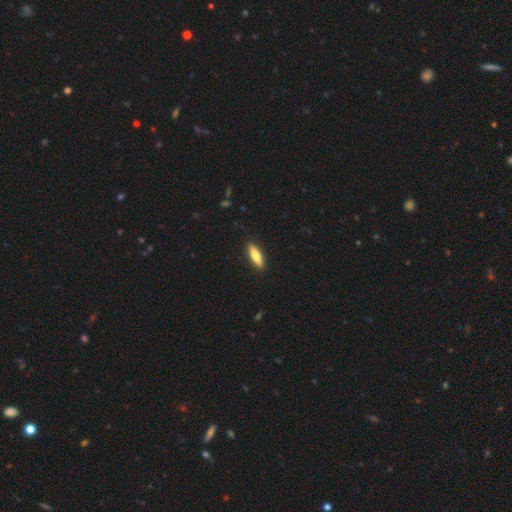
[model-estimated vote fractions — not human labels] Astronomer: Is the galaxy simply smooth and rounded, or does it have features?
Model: smooth — 72%.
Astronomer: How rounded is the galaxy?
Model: cigar-shaped — 62%.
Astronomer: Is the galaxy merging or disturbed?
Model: none — 90%.